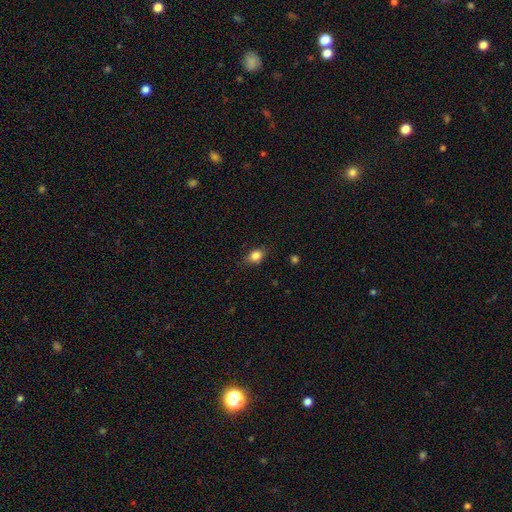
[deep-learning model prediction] Morphology: type=smooth (84%); roundness=in between (69%); merging=none (81%).